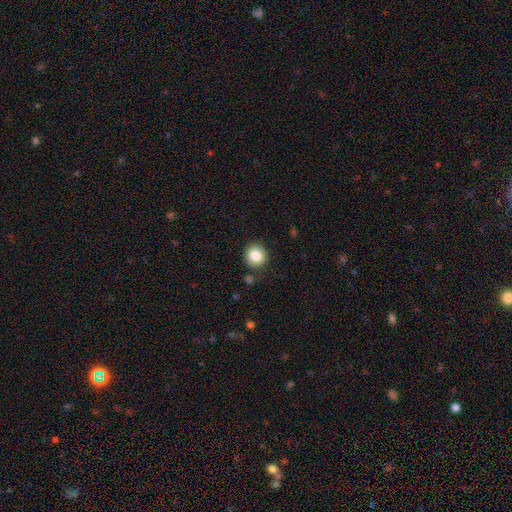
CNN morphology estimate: Smooth or featured? smooth (85%)
How rounded? round (87%)
Merging? none (87%)